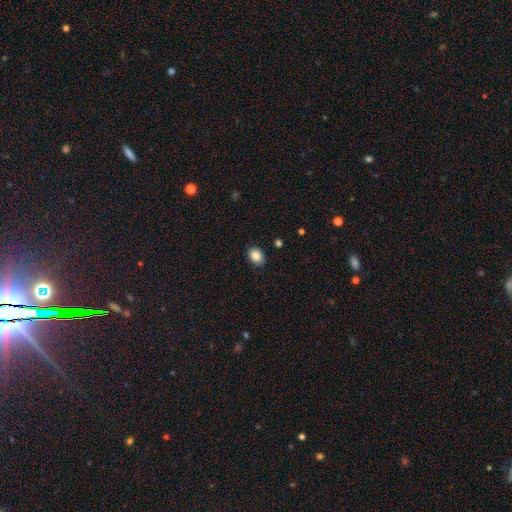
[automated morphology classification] smooth 86%, star or artifact 8%, featured or disk 6%. Down the decision tree: how rounded — in between (80%); merging — none (88%).